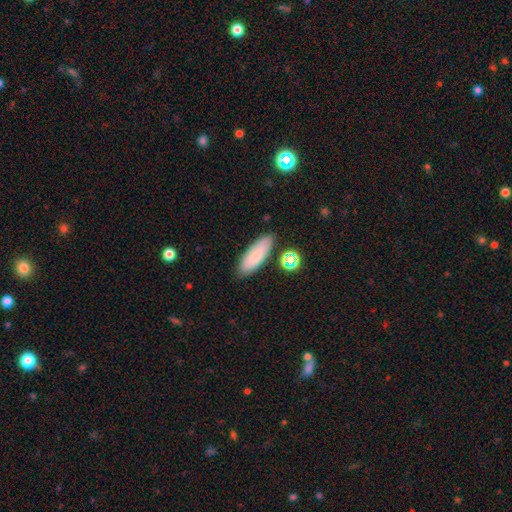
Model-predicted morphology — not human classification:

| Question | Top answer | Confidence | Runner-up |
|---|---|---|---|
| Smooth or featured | smooth | 83% | featured or disk (9%) |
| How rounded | in between | 64% | cigar-shaped (34%) |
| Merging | none | 83% | minor disturbance (11%) |